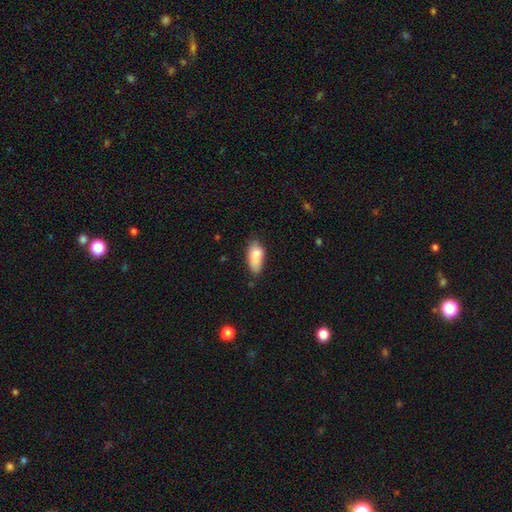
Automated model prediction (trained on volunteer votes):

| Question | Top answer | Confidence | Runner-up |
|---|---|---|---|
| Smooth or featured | smooth | 82% | featured or disk (10%) |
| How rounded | in between | 85% | cigar-shaped (12%) |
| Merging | none | 50% | minor disturbance (33%) |